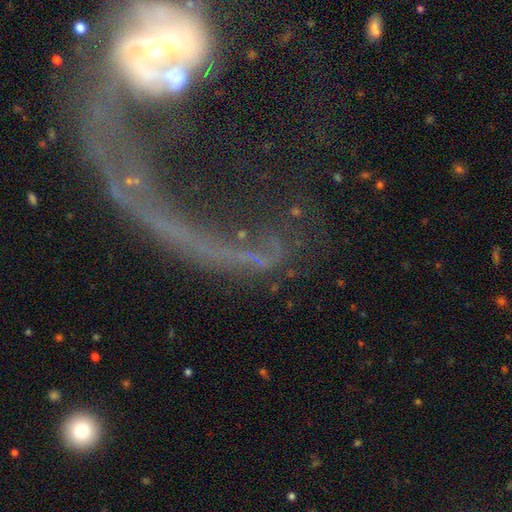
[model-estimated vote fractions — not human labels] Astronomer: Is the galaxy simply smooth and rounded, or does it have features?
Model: featured or disk — 44% (runner-up: star or artifact, 38%).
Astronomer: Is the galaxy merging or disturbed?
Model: major disturbance — 35% (runner-up: none, 34%).